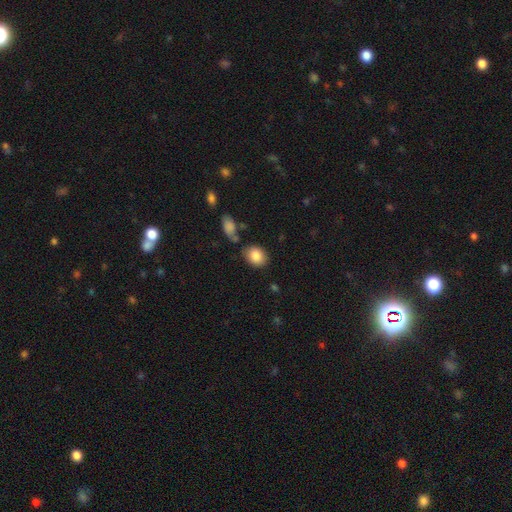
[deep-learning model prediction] Overall: smooth (86%). How rounded: in between (57%; round 41%). Merging: none (73%).